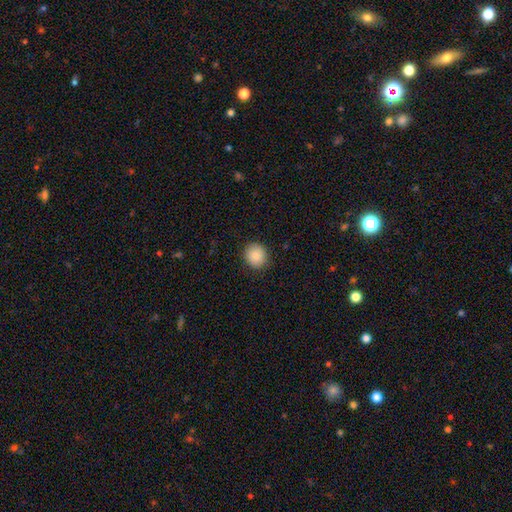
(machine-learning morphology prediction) smooth 88%, star or artifact 8%, featured or disk 4%. Down the decision tree: how rounded — round (89%); merging — none (90%).